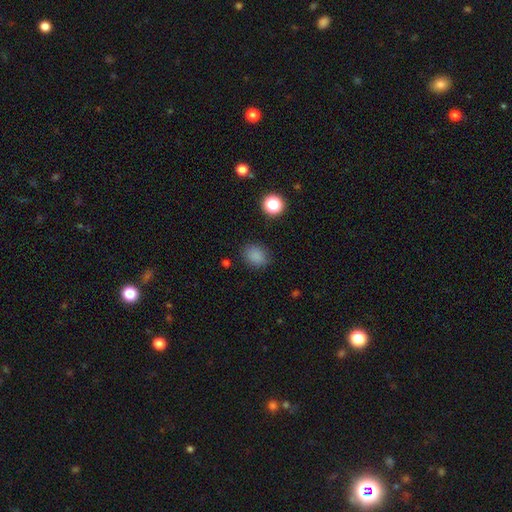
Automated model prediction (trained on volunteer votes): Smooth or featured? smooth (84%)
How rounded? round (51%)
Merging? none (83%)